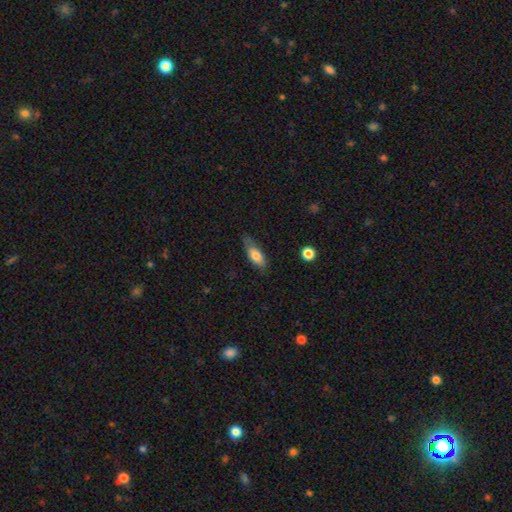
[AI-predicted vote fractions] Overall: smooth (72%). How rounded: in between (68%; cigar-shaped 30%). Merging: none (68%).